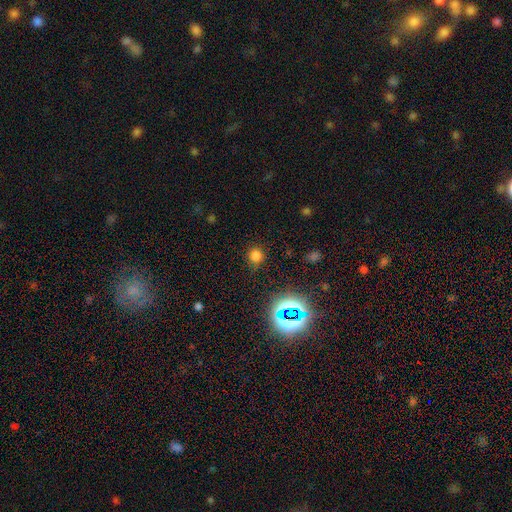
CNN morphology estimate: Q: Smooth or featured?
A: smooth (70%); runner-up: star or artifact (25%)
Q: How rounded?
A: round (90%); runner-up: in between (9%)
Q: Merging?
A: none (85%); runner-up: minor disturbance (9%)